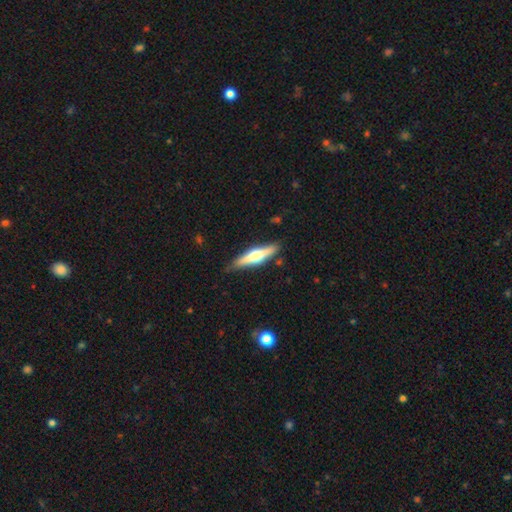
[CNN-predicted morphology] Q: Smooth or featured?
A: featured or disk (60%); runner-up: smooth (34%)
Q: Edge-on disk?
A: yes (95%); runner-up: no (5%)
Q: Edge-on bulge?
A: rounded (93%); runner-up: boxy (4%)
Q: Merging?
A: none (85%); runner-up: minor disturbance (11%)